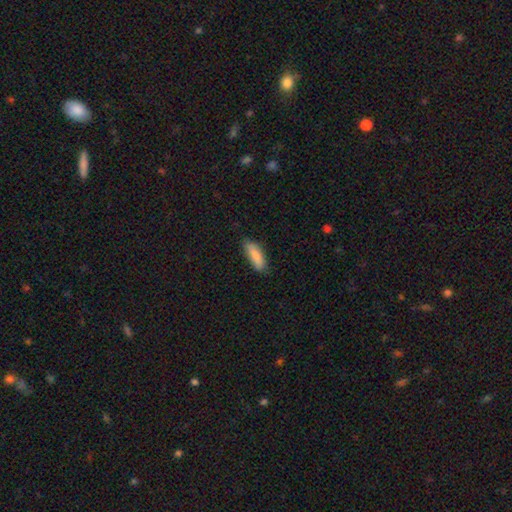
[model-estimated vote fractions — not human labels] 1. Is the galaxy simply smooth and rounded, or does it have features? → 87% smooth, 7% featured or disk, 6% star or artifact.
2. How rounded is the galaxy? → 54% in between, 44% cigar-shaped, 2% round.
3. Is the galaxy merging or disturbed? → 77% none, 19% minor disturbance, 3% major disturbance, 1% merger.